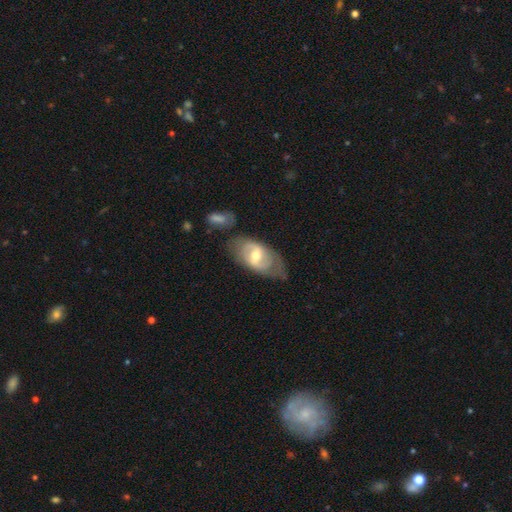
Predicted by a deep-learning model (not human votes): A featured or disk galaxy (63%) with a weak bar (49%), spiral arms (60%) and a moderate central bulge (69%).

Vote fractions:
- Smooth or featured? featured or disk: 63% / smooth: 31% / star or artifact: 6%
- Edge-on disk? no: 92% / yes: 8%
- Bar? weak: 49% / strong: 26% / no: 26%
- Spiral arms? yes: 60% / no: 40%
- Bulge size? moderate: 69% / small: 23% / large: 6% / none: 1% / dominant: 1%
- Merging? none: 62% / minor disturbance: 23% / major disturbance: 9% / merger: 7%